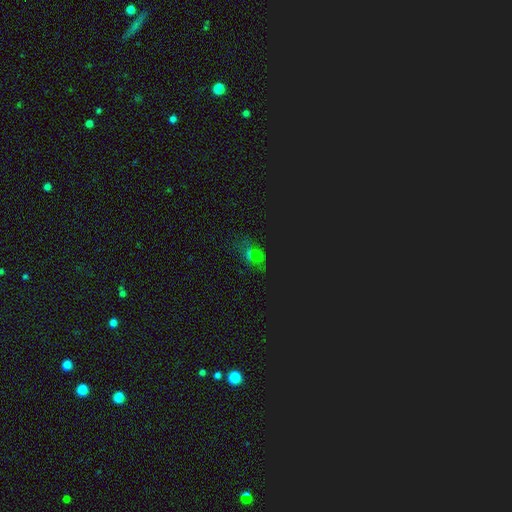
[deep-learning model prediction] The model was most divided on "smooth or featured": star or artifact: 57%, smooth: 30%, featured or disk: 14%.